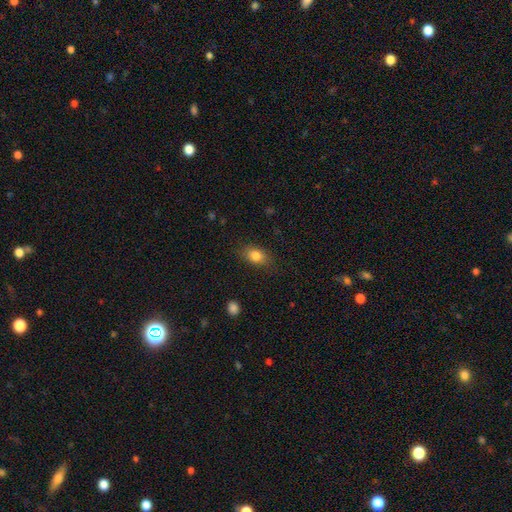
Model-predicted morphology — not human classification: A smooth galaxy with no disk features (82%) that is in between round and cigar-shaped (76%).

Vote fractions:
- Smooth or featured? smooth: 82% / star or artifact: 9% / featured or disk: 9%
- How rounded? in between: 76% / round: 21% / cigar-shaped: 3%
- Merging? none: 81% / minor disturbance: 14% / major disturbance: 4% / merger: 1%